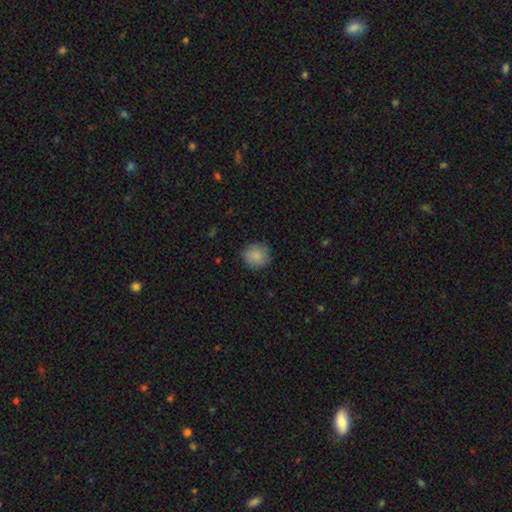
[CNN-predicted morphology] Smooth or featured? Predicted: smooth (p=0.86). How rounded? Predicted: round (p=0.89). Merging? Predicted: none (p=0.86).